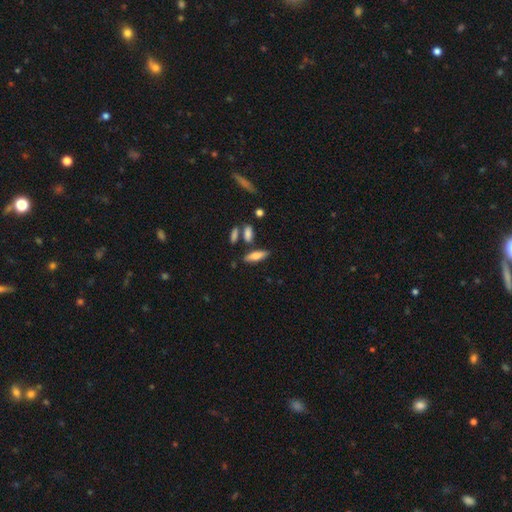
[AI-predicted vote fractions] Q: Smooth or featured?
A: smooth (68%); runner-up: featured or disk (24%)
Q: How rounded?
A: in between (50%); runner-up: cigar-shaped (47%)
Q: Merging?
A: none (77%); runner-up: minor disturbance (12%)